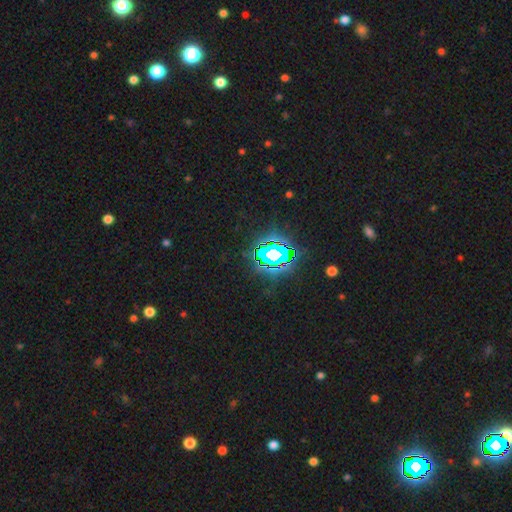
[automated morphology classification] Overall: star or artifact (83%).